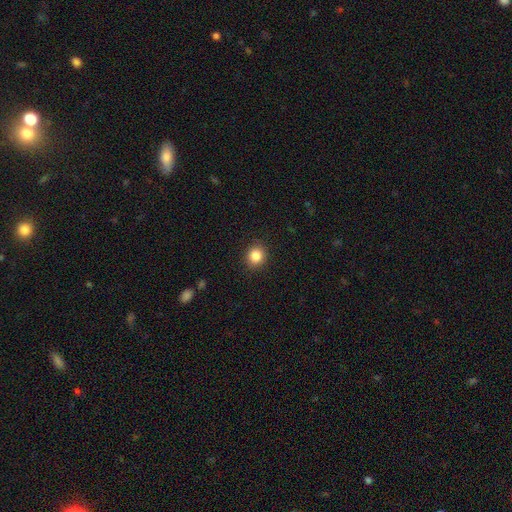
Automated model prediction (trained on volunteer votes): Smooth or featured? Predicted: smooth (p=0.85). How rounded? Predicted: round (p=0.81). Merging? Predicted: none (p=0.90).